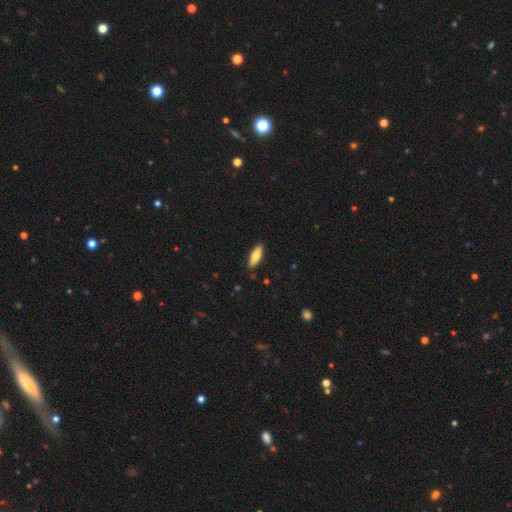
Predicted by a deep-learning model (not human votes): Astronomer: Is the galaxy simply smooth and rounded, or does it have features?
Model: smooth — 72%.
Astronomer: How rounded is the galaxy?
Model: in between — 56% (runner-up: cigar-shaped, 42%).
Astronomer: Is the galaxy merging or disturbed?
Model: none — 89%.